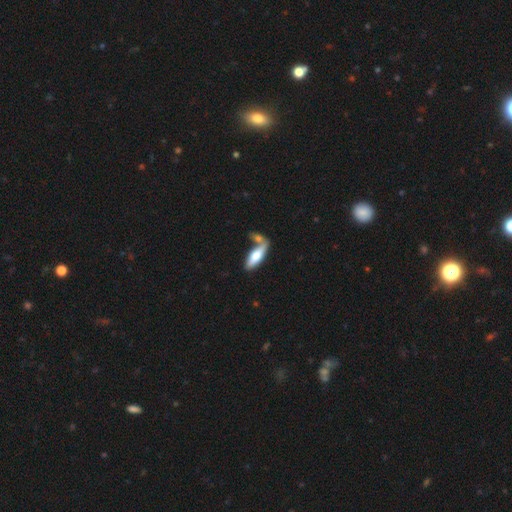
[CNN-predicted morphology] smooth_or_featured: smooth (p=0.63) [alt: featured or disk p=0.31]
how_rounded: in between (p=0.54) [alt: cigar-shaped p=0.44]
merging: none (p=0.45) [alt: merger p=0.37]